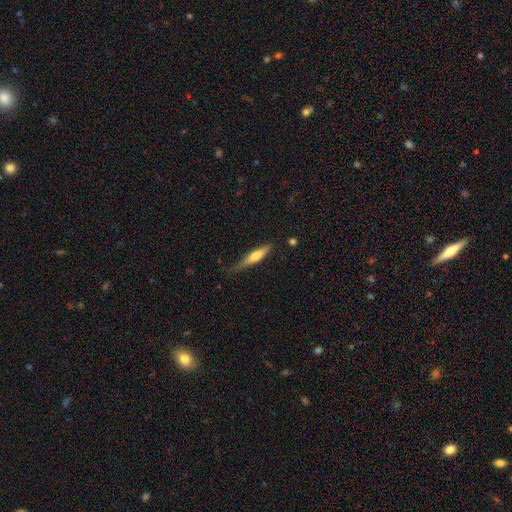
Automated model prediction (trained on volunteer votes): A smooth galaxy with no disk features (53%) that is cigar-shaped (84%).

Vote fractions:
- Smooth or featured? smooth: 53% / featured or disk: 41% / star or artifact: 6%
- How rounded? cigar-shaped: 84% / in between: 14% / round: 2%
- Merging? none: 62% / minor disturbance: 29% / major disturbance: 7% / merger: 2%